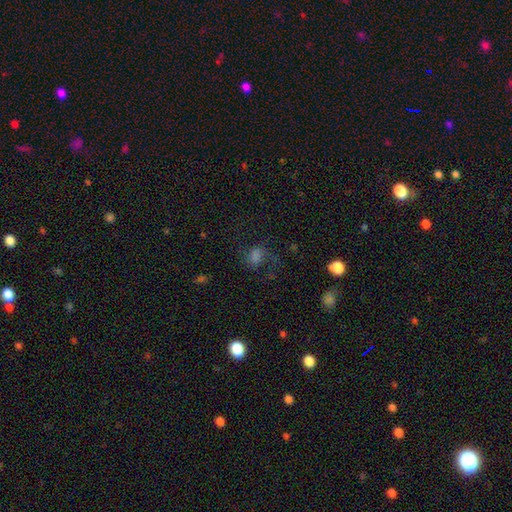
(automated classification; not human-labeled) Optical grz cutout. It shows a smooth galaxy with no disk features (49%). Merging: none (56%).